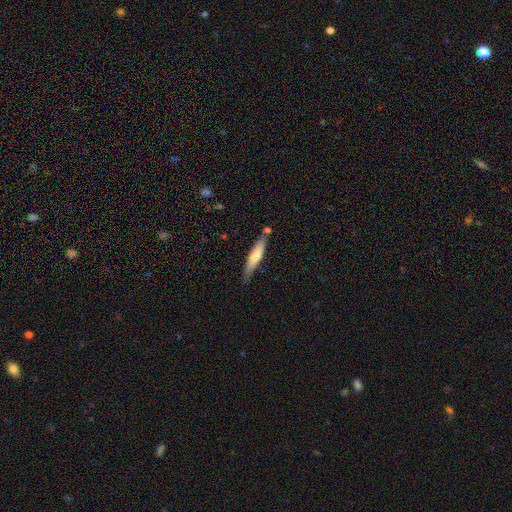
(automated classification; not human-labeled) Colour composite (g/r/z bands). It shows a smooth galaxy with no disk features (62%) that is cigar-shaped (86%). Merging: none (70%).